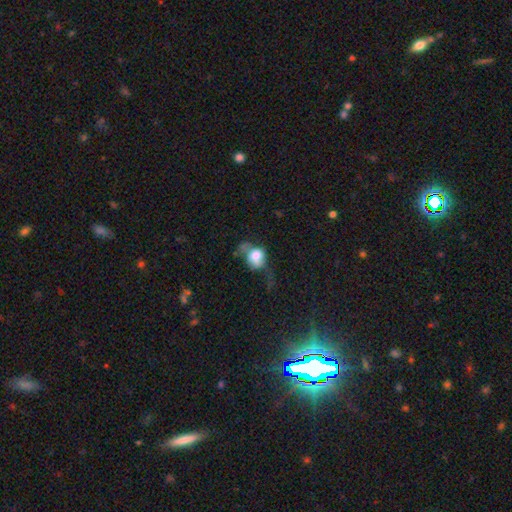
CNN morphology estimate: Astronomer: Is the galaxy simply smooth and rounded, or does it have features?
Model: smooth — 62%.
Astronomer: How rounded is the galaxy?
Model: in between — 54% (runner-up: round, 44%).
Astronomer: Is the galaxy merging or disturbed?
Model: major disturbance — 46% (runner-up: minor disturbance, 21%).